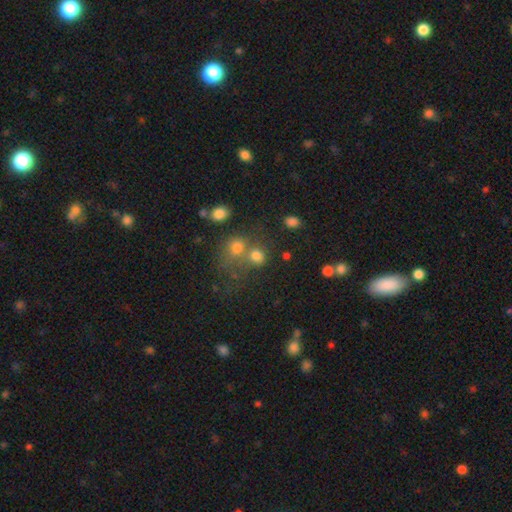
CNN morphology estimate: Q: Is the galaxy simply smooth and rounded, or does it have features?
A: smooth — 73%.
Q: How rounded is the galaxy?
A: round — 75%.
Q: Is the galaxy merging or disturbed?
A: none — 46%.